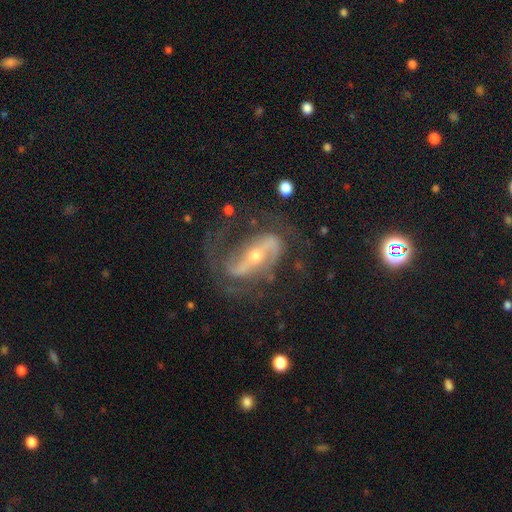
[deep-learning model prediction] This appears to be a featured or disk galaxy (86%) with a strong bar (60%), 2 (81%) medium (47%) spiral arms (90%) and a small central bulge (60%). Merging: none (61%).